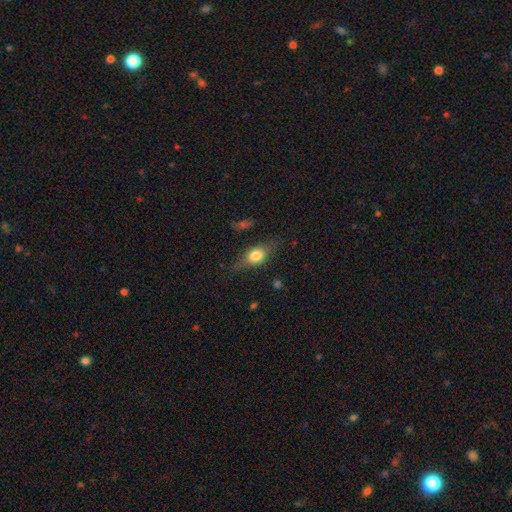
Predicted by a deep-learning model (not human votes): Smooth or featured?
  - smooth: 63% *
  - featured or disk: 28%
  - star or artifact: 9%
How rounded?
  - in between: 70% *
  - cigar-shaped: 17%
  - round: 14%
Merging?
  - none: 68% *
  - minor disturbance: 22%
  - major disturbance: 8%
  - merger: 2%